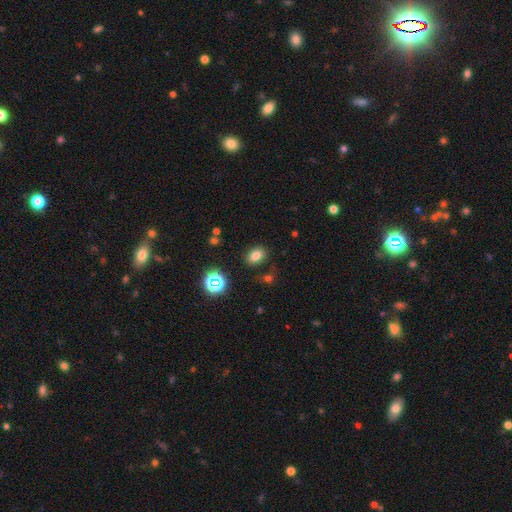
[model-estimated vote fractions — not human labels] A smooth galaxy with no disk features (76%) that is in between round and cigar-shaped (68%).

Vote fractions:
- Smooth or featured? smooth: 76% / star or artifact: 16% / featured or disk: 8%
- How rounded? in between: 68% / round: 31% / cigar-shaped: 1%
- Merging? none: 81% / minor disturbance: 11% / merger: 4% / major disturbance: 4%